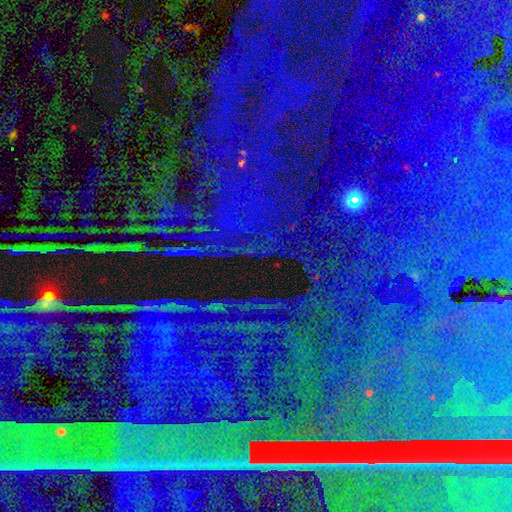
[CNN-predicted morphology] This appears to be a star or artifact, not a galaxy (85%).